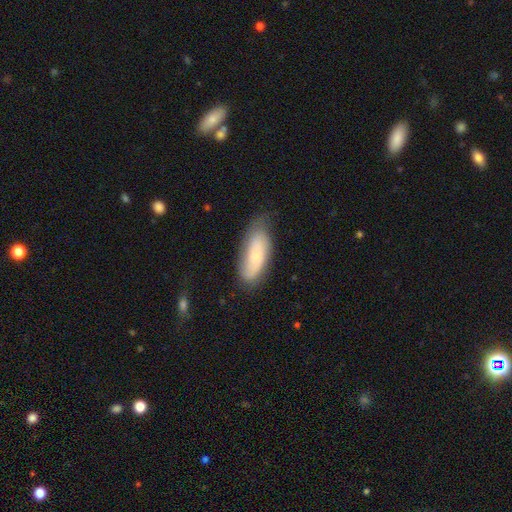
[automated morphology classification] smooth_or_featured: smooth (p=0.64) [alt: featured or disk p=0.29]
how_rounded: in between (p=0.76) [alt: cigar-shaped p=0.22]
merging: none (p=0.65) [alt: minor disturbance p=0.27]